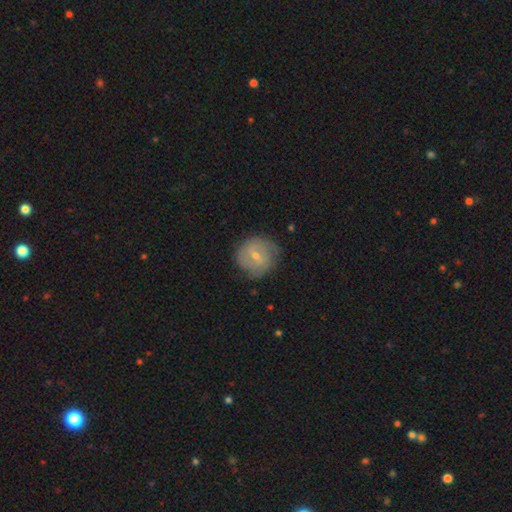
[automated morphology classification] The model was most divided on "bulge size": small: 55%, moderate: 41%, none: 2%, large: 1%, dominant: 1%. More confident: edge-on disk — no (97%); spiral arms — yes (80%); merging — none (71%); smooth or featured — featured or disk (60%); bar — weak (58%).